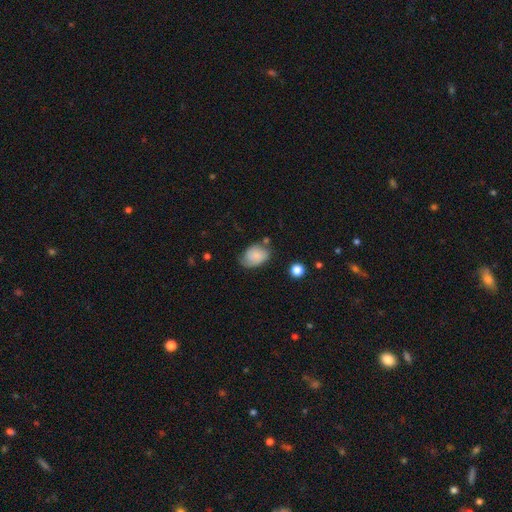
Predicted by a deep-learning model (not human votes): Q: Smooth or featured?
A: smooth (74%); runner-up: featured or disk (18%)
Q: How rounded?
A: in between (78%); runner-up: round (21%)
Q: Merging?
A: none (56%); runner-up: minor disturbance (31%)